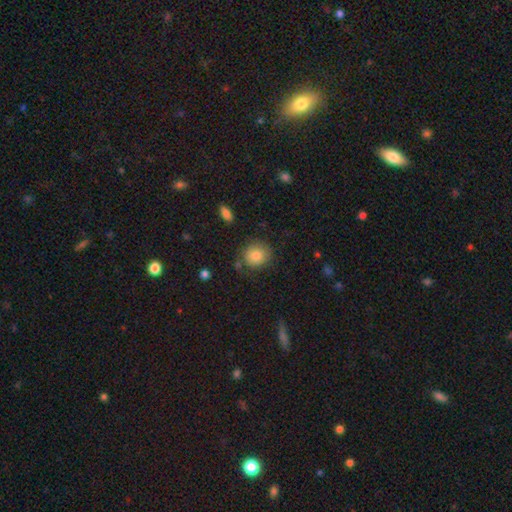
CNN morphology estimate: This is clearly a smooth galaxy (82%). How rounded: clearly round (85%). Merging: likely none (78%).